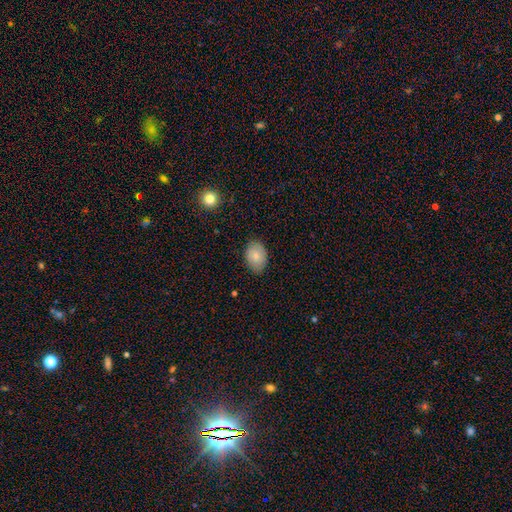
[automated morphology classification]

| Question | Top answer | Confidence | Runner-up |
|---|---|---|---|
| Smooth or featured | smooth | 80% | featured or disk (13%) |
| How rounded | in between | 81% | round (18%) |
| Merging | none | 81% | minor disturbance (16%) |